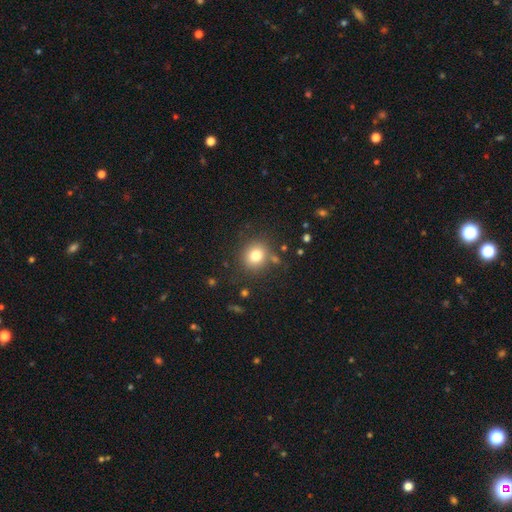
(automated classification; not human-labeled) This is clearly a smooth galaxy (80%). How rounded: likely round (77%). Merging: clearly none (81%).